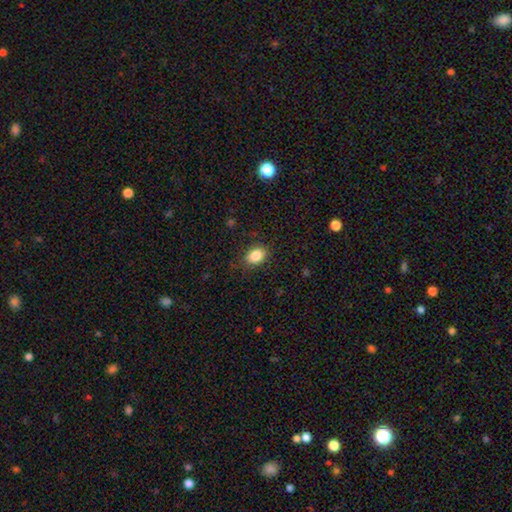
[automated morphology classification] A smooth galaxy with no disk features (86%) that is in between round and cigar-shaped (72%).

Vote fractions:
- Smooth or featured? smooth: 86% / star or artifact: 9% / featured or disk: 6%
- How rounded? in between: 72% / round: 27% / cigar-shaped: 1%
- Merging? none: 84% / minor disturbance: 12% / major disturbance: 3% / merger: 1%